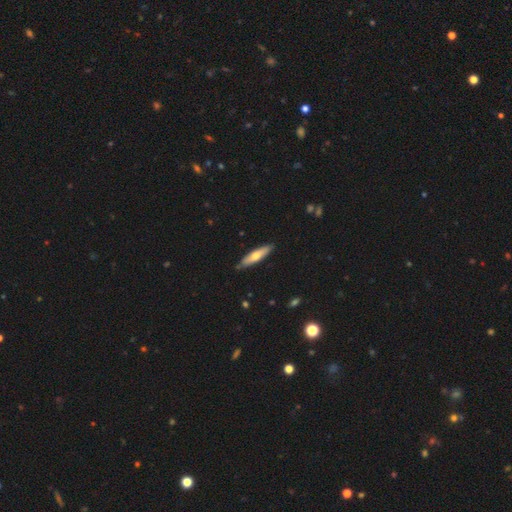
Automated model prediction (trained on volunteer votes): Smooth or featured? smooth (59%)
How rounded? cigar-shaped (77%)
Merging? none (86%)